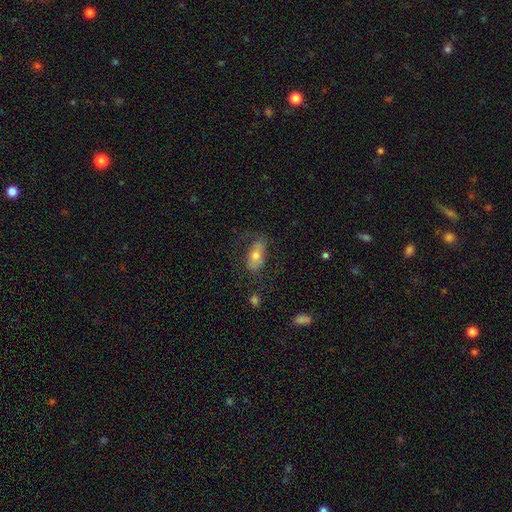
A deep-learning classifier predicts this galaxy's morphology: Q: Smooth or featured?
A: smooth (47%); runner-up: featured or disk (41%)
Q: Merging?
A: none (61%); runner-up: minor disturbance (21%)